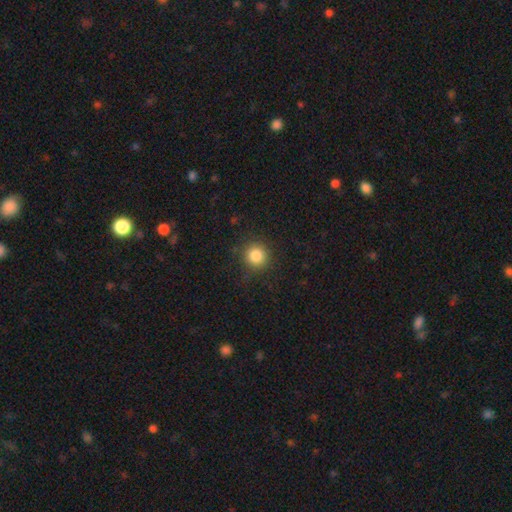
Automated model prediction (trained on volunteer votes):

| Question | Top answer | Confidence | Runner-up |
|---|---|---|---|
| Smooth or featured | smooth | 84% | star or artifact (11%) |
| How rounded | round | 94% | in between (5%) |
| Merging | none | 86% | minor disturbance (9%) |